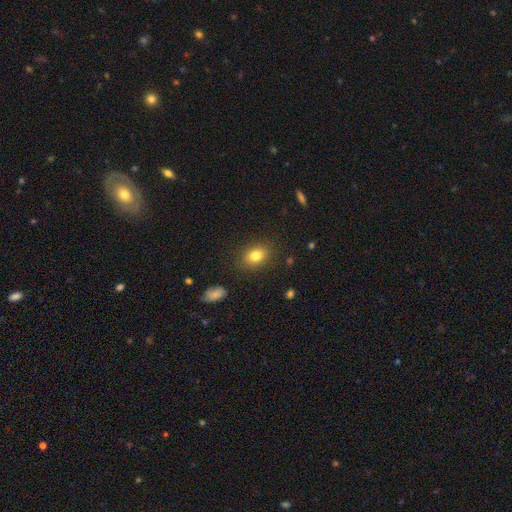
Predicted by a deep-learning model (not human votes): smooth-or-featured: smooth: 82% | star or artifact: 10% | featured or disk: 8%
  how-rounded: in between: 64% | round: 35% | cigar-shaped: 1%
  merging: none: 86% | minor disturbance: 10% | major disturbance: 3% | merger: 1%